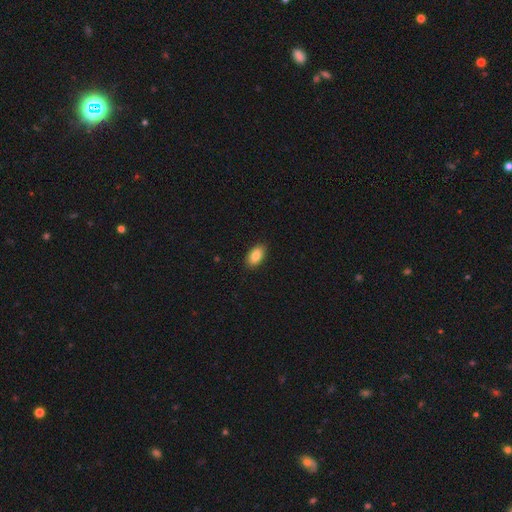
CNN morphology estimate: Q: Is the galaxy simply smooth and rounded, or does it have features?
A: smooth — 83%.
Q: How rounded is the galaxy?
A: in between — 92%.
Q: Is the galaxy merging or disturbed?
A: none — 89%.